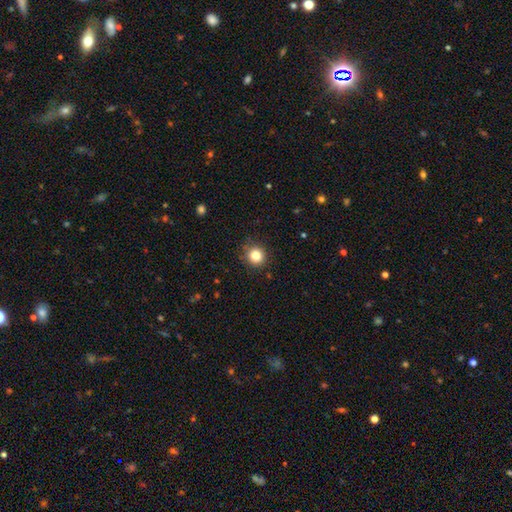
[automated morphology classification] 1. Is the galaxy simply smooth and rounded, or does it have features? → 83% smooth, 12% star or artifact, 6% featured or disk.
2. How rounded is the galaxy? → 92% round, 7% in between, 1% cigar-shaped.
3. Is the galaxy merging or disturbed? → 88% none, 9% minor disturbance, 2% major disturbance, 1% merger.